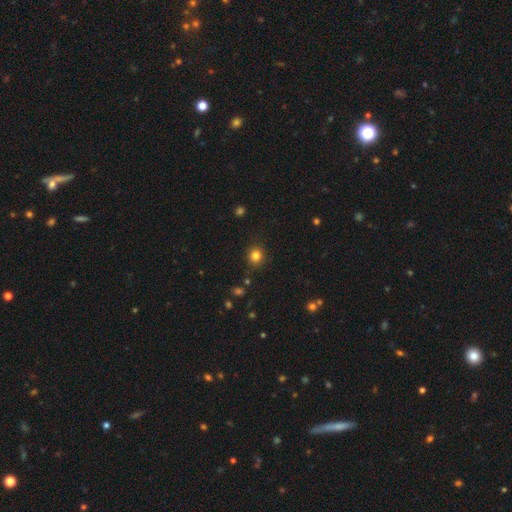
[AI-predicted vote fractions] A smooth galaxy with no disk features (82%) that is round (84%).

Vote fractions:
- Smooth or featured? smooth: 82% / star or artifact: 13% / featured or disk: 5%
- How rounded? round: 84% / in between: 15% / cigar-shaped: 1%
- Merging? none: 87% / minor disturbance: 8% / major disturbance: 3% / merger: 2%